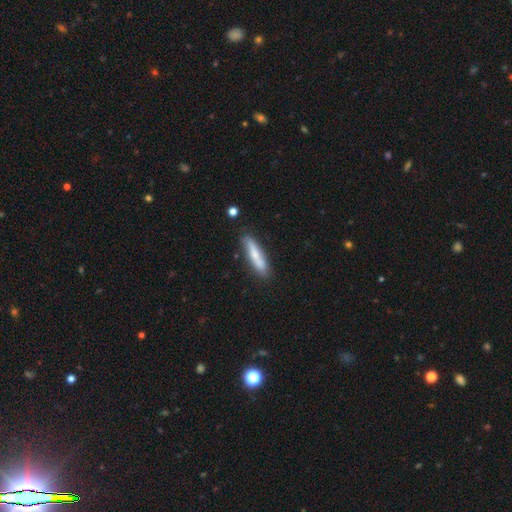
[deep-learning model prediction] A smooth galaxy with no disk features (64%) that is cigar-shaped (82%).

Vote fractions:
- Smooth or featured? smooth: 64% / featured or disk: 30% / star or artifact: 6%
- How rounded? cigar-shaped: 82% / in between: 16% / round: 2%
- Merging? none: 79% / minor disturbance: 15% / merger: 3% / major disturbance: 3%